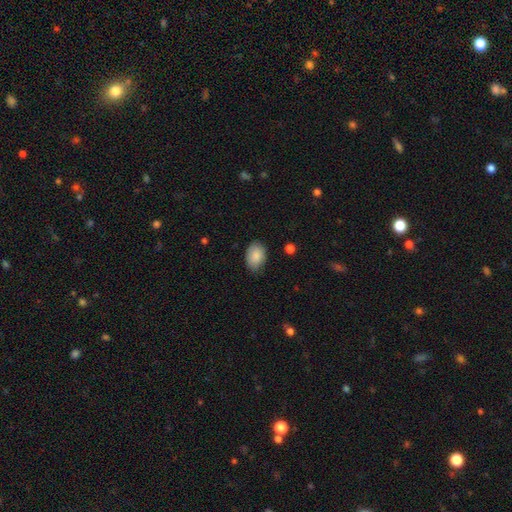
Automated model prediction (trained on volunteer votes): smooth-or-featured: smooth: 87% | star or artifact: 7% | featured or disk: 6%
  how-rounded: in between: 87% | round: 12% | cigar-shaped: 1%
  merging: none: 76% | minor disturbance: 20% | major disturbance: 3% | merger: 1%